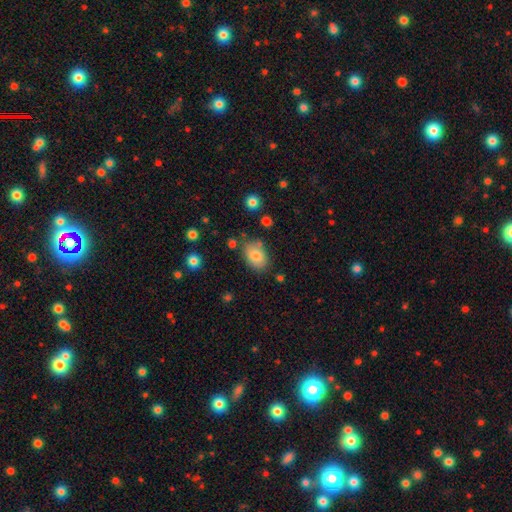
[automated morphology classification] A smooth galaxy with no disk features (81%) that is in between round and cigar-shaped (84%). Merging: none (75%).